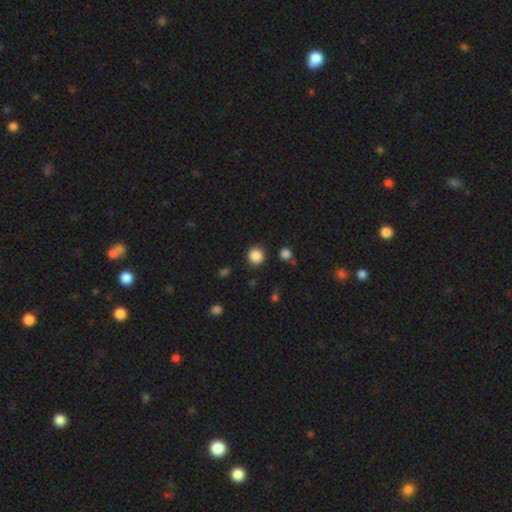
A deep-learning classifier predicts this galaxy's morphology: smooth-or-featured: smooth: 86% | star or artifact: 10% | featured or disk: 3%
  how-rounded: round: 86% | in between: 13% | cigar-shaped: 1%
  merging: none: 87% | minor disturbance: 8% | major disturbance: 3% | merger: 2%